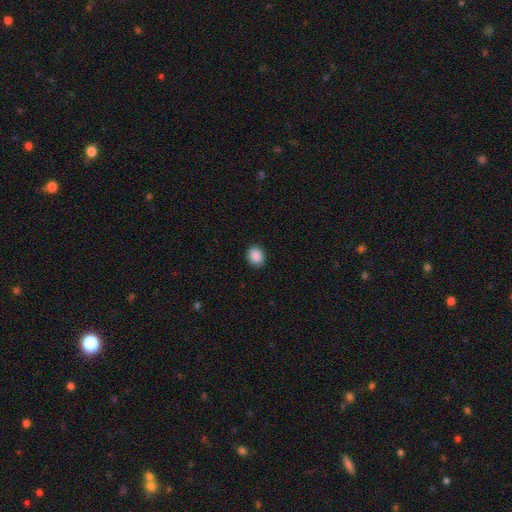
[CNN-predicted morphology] A smooth galaxy with no disk features (89%) that is round (58%). Merging: none (91%).